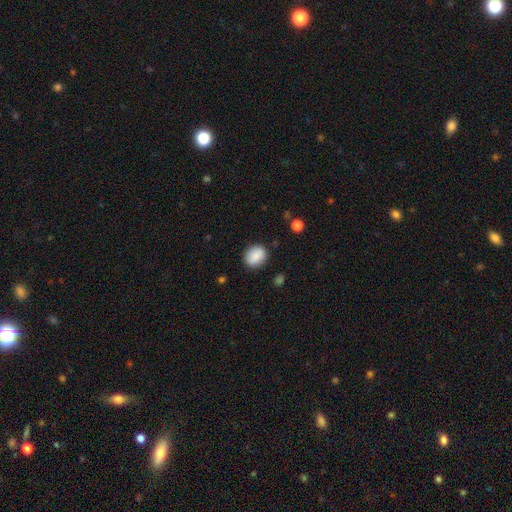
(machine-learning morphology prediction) Smooth or featured?
  - smooth: 87% *
  - star or artifact: 8%
  - featured or disk: 5%
How rounded?
  - in between: 53% *
  - round: 45%
  - cigar-shaped: 1%
Merging?
  - none: 84% *
  - minor disturbance: 12%
  - major disturbance: 3%
  - merger: 1%